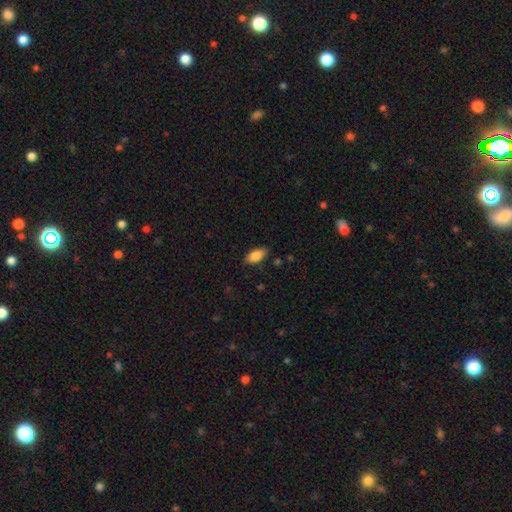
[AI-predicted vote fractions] Smooth or featured?
  - smooth: 84% *
  - featured or disk: 9%
  - star or artifact: 7%
How rounded?
  - in between: 91% *
  - cigar-shaped: 6%
  - round: 3%
Merging?
  - none: 84% *
  - minor disturbance: 12%
  - major disturbance: 3%
  - merger: 1%